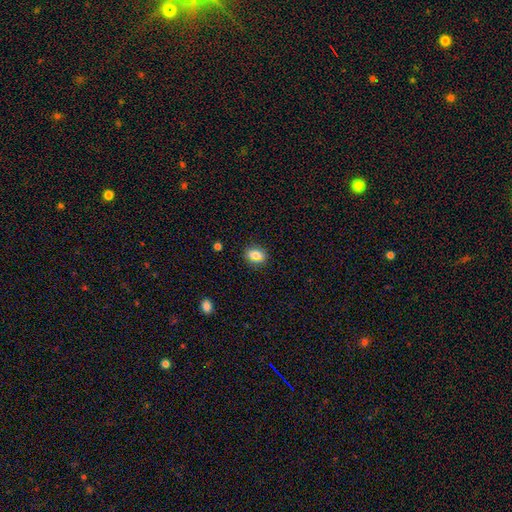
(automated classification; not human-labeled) Smooth or featured: smooth — 80% (star or artifact — 10%)
How rounded: in between — 58% (round — 39%)
Merging: none — 87% (minor disturbance — 10%)